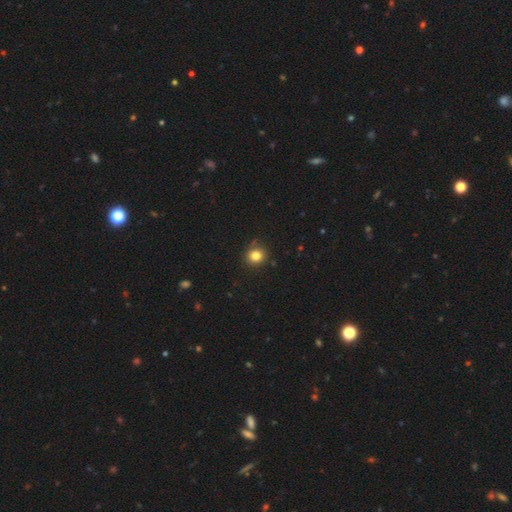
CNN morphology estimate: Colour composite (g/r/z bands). It shows a smooth galaxy with no disk features (82%) that is round (88%). Merging: none (85%).